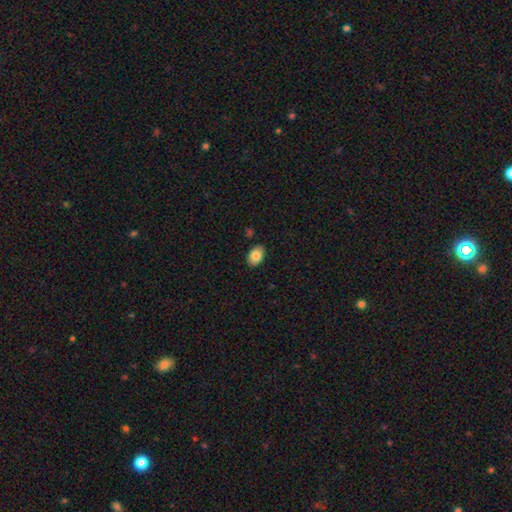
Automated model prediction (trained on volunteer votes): Q: Smooth or featured?
A: smooth (83%); runner-up: featured or disk (9%)
Q: How rounded?
A: in between (86%); runner-up: round (12%)
Q: Merging?
A: none (86%); runner-up: minor disturbance (10%)